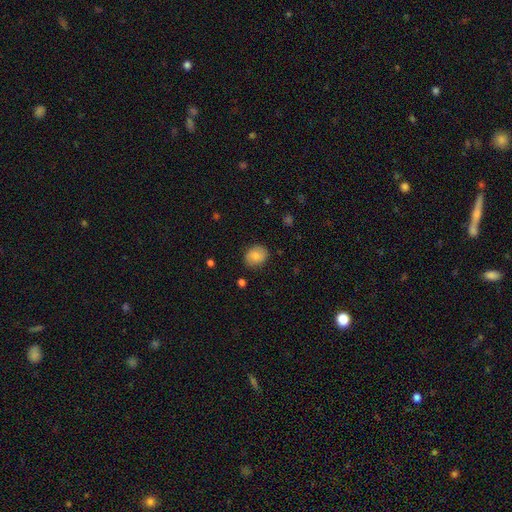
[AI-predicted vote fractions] smooth_or_featured: smooth (p=0.82) [alt: featured or disk p=0.10]
how_rounded: round (p=0.53) [alt: in between p=0.46]
merging: none (p=0.82) [alt: minor disturbance p=0.14]